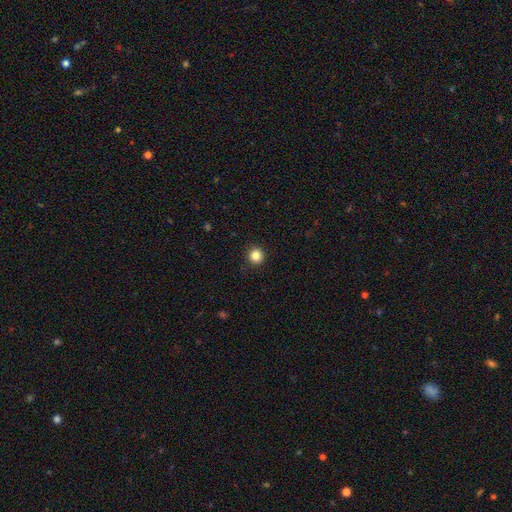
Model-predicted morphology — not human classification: smooth_or_featured: smooth (p=0.84) [alt: star or artifact p=0.11]
how_rounded: round (p=0.94) [alt: in between p=0.05]
merging: none (p=0.92) [alt: minor disturbance p=0.05]